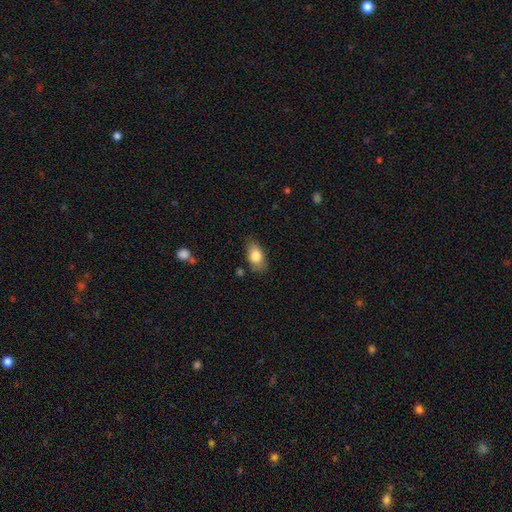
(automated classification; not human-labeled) Morphology: type=smooth (82%); roundness=in between (89%); merging=none (70%).